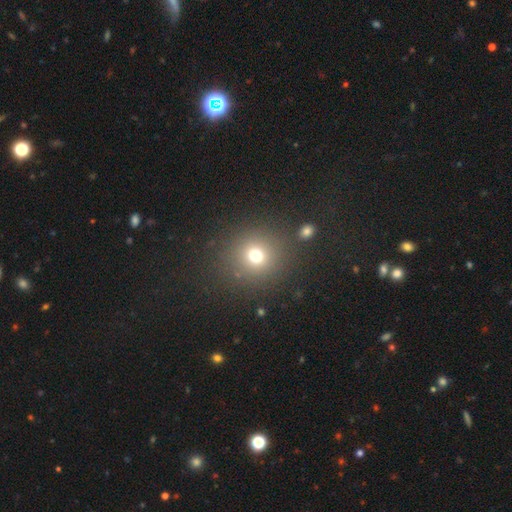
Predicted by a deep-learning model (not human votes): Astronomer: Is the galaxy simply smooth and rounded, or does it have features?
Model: smooth — 72%.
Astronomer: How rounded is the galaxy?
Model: round — 91%.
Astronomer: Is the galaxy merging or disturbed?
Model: none — 84%.